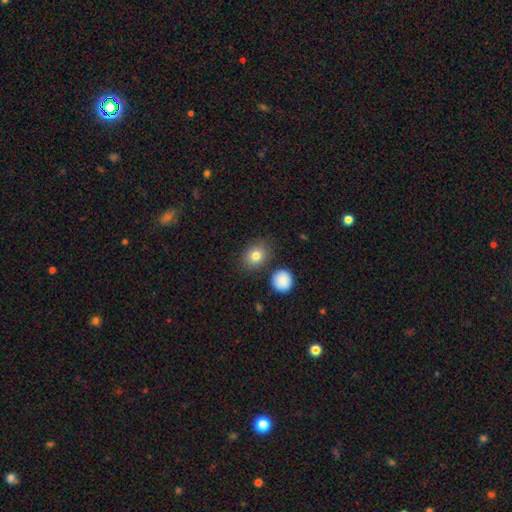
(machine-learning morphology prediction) Overall: smooth (82%). How rounded: round (52%; in between 47%). Merging: none (80%).